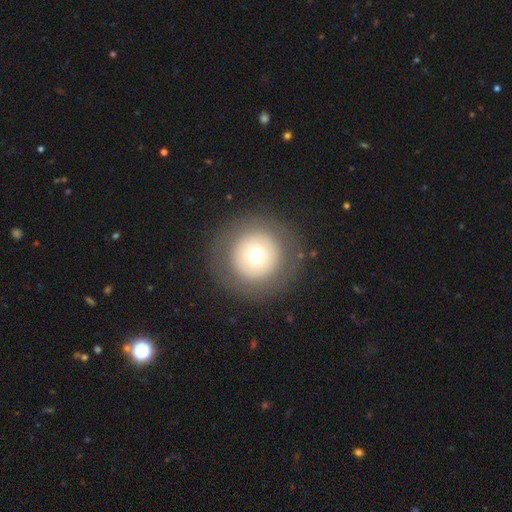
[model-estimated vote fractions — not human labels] smooth 63%, featured or disk 26%, star or artifact 11%. Down the decision tree: how rounded — round (96%); merging — none (87%).